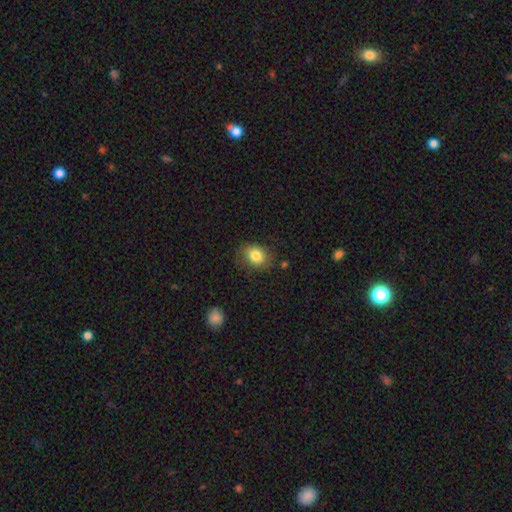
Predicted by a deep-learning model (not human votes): smooth_or_featured: smooth (p=0.83) [alt: star or artifact p=0.09]
how_rounded: in between (p=0.53) [alt: round p=0.46]
merging: none (p=0.78) [alt: minor disturbance p=0.16]